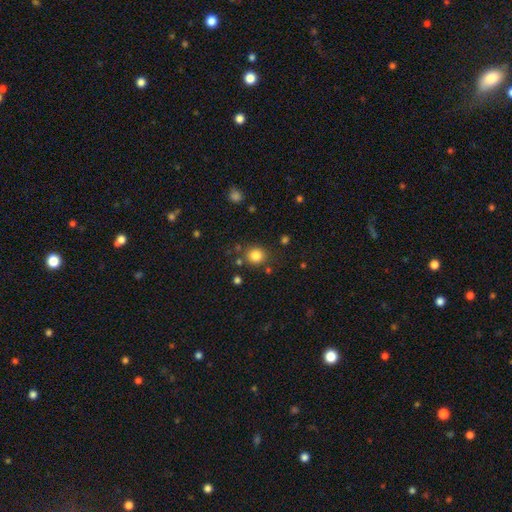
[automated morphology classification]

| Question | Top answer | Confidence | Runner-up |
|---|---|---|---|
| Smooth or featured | smooth | 83% | star or artifact (12%) |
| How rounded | round | 85% | in between (14%) |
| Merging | none | 81% | minor disturbance (9%) |